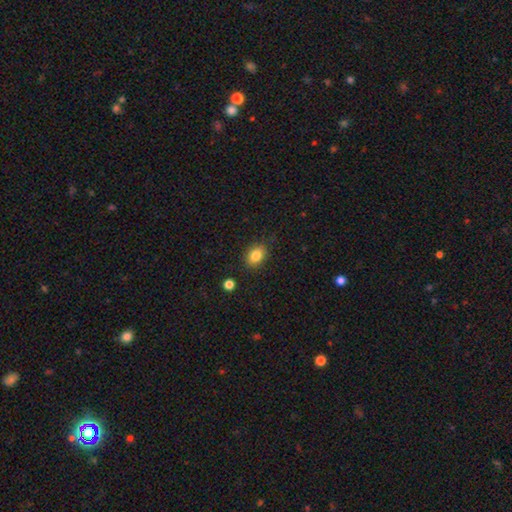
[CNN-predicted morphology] A smooth galaxy with no disk features (83%) that is in between round and cigar-shaped (65%). Merging: none (85%).